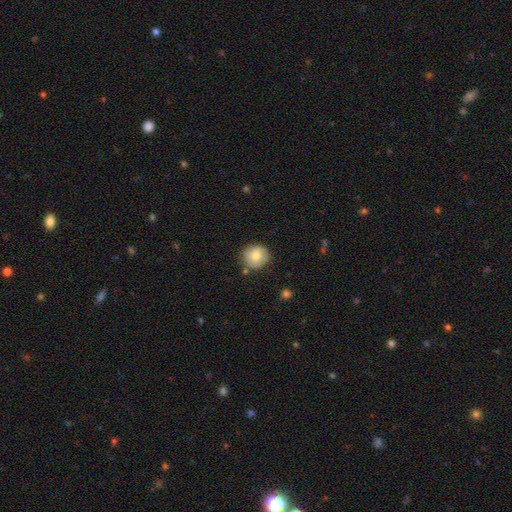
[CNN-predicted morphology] The model was most divided on "smooth or featured": smooth: 74%, featured or disk: 19%, star or artifact: 7%. More confident: how rounded — round (88%); merging — none (77%).